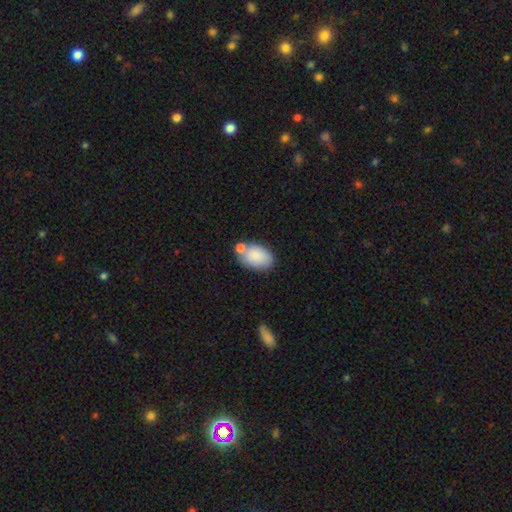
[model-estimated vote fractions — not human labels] Smooth or featured: smooth — 84% (featured or disk — 9%)
How rounded: in between — 89% (round — 9%)
Merging: none — 51% (merger — 26%)